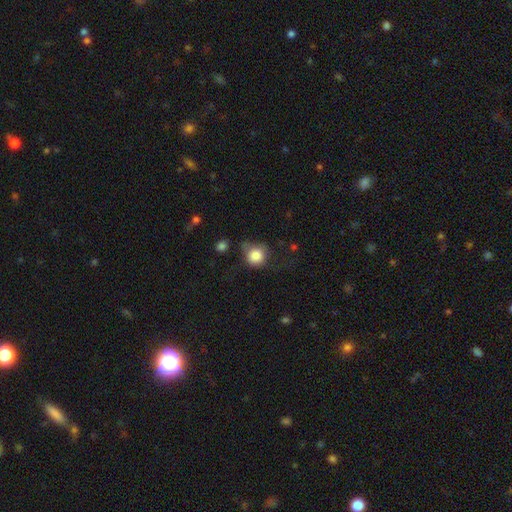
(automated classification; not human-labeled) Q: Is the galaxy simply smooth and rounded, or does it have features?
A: smooth — 83%.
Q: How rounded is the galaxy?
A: round — 84%.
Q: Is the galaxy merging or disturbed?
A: none — 50%.